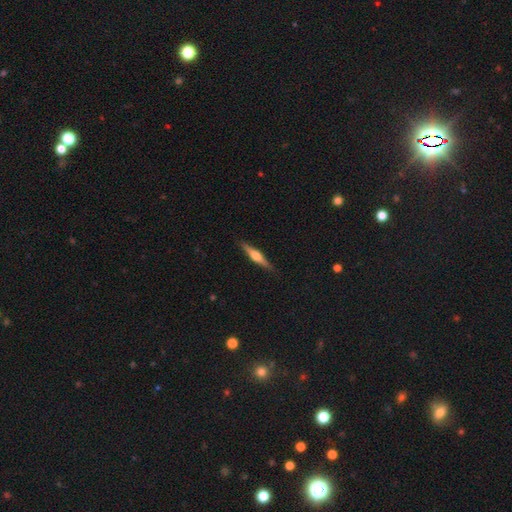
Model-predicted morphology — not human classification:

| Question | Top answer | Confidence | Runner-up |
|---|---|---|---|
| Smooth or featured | featured or disk | 66% | smooth (28%) |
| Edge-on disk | yes | 98% | no (2%) |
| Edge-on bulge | rounded | 89% | boxy (8%) |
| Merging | none | 89% | minor disturbance (8%) |